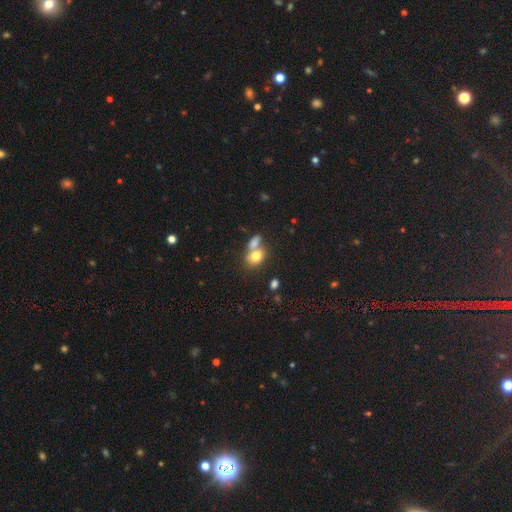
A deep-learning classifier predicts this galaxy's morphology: type=smooth (76%); roundness=in between (62%); merging=merger (52%).